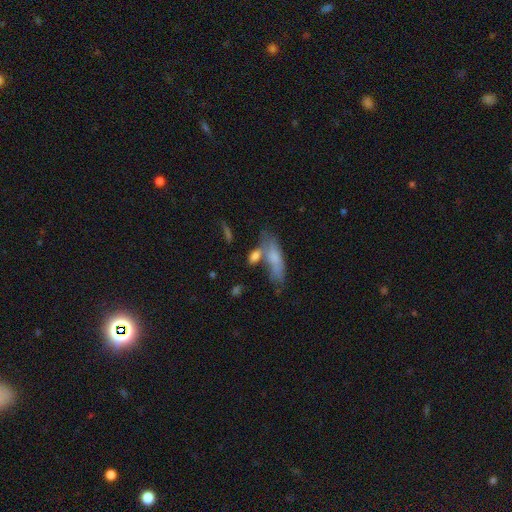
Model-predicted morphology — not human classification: This appears to be a smooth galaxy with no disk features (73%) that is in between round and cigar-shaped (65%). Merging: none (46%).